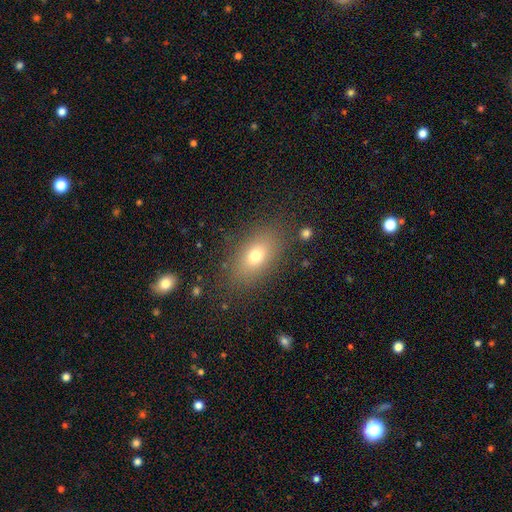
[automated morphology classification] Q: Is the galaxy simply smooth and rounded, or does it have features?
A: smooth — 72%.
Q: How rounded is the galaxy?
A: in between — 84%.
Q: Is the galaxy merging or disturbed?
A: none — 83%.